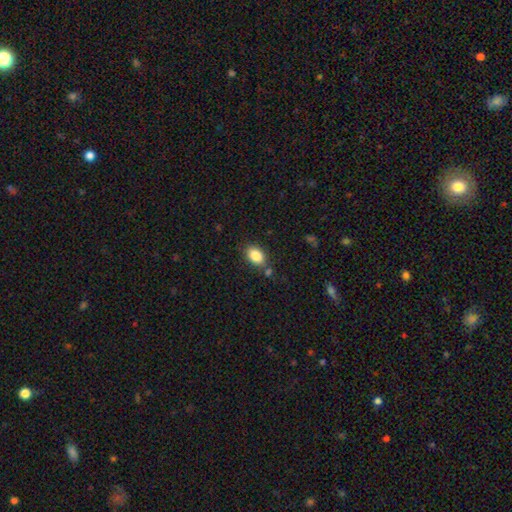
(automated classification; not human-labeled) The model was most divided on "merging": none: 78%, minor disturbance: 13%, merger: 6%, major disturbance: 3%. More confident: smooth or featured — smooth (86%); how rounded — in between (84%).